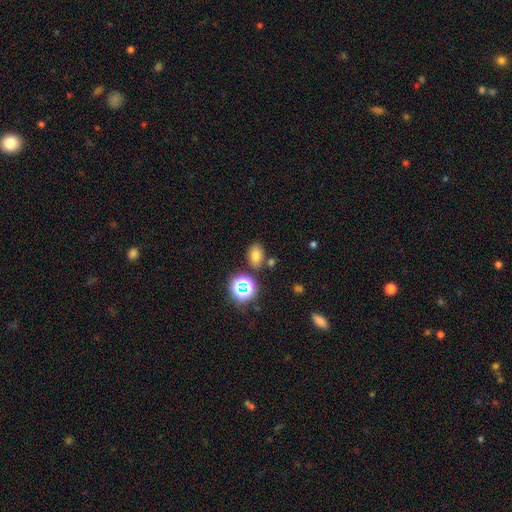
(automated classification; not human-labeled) Smooth or featured: smooth — 71% (star or artifact — 20%)
How rounded: in between — 75% (round — 24%)
Merging: none — 77% (minor disturbance — 11%)